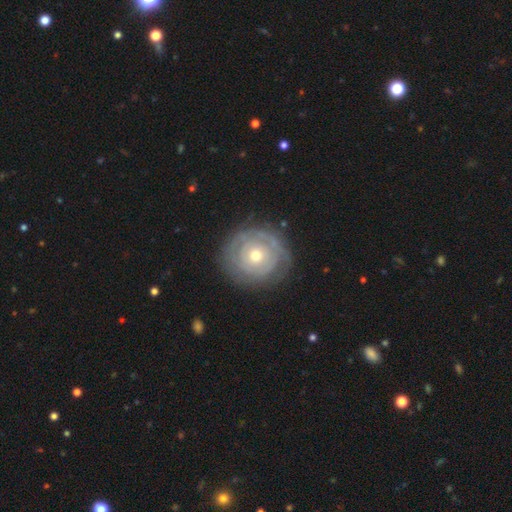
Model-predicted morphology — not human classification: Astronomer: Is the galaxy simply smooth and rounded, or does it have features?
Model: featured or disk — 69%.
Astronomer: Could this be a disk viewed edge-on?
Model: no — 97%.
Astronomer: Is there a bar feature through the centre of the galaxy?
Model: no — 86%.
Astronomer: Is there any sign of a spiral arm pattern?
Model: yes — 66%.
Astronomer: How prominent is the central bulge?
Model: moderate — 53% (runner-up: small, 42%).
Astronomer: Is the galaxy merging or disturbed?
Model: none — 78%.